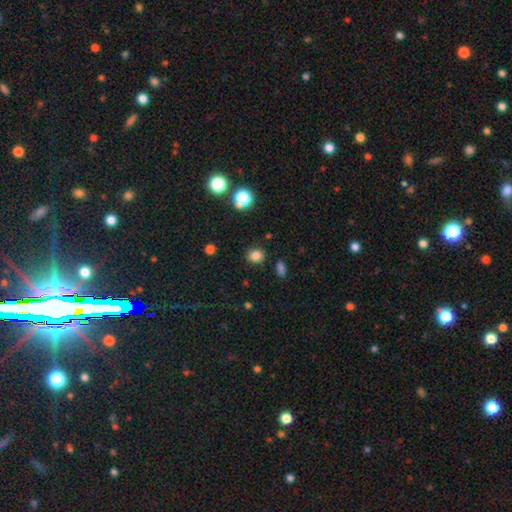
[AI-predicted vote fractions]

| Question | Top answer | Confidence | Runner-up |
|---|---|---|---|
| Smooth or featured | smooth | 81% | star or artifact (14%) |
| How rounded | round | 73% | in between (26%) |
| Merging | none | 86% | minor disturbance (9%) |